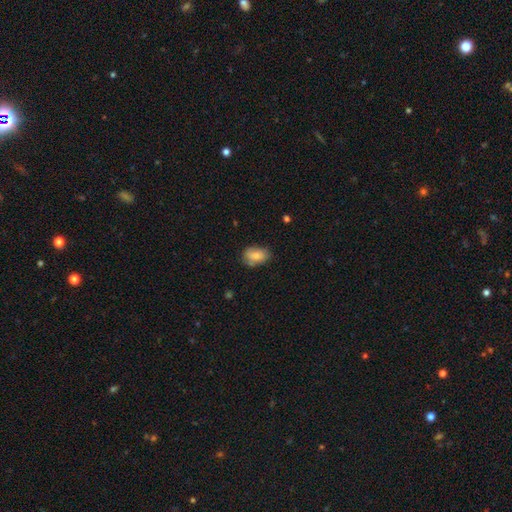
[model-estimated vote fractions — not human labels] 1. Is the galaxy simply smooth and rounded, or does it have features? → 78% smooth, 14% featured or disk, 8% star or artifact.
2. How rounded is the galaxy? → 84% in between, 15% round, 2% cigar-shaped.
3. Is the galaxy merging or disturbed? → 63% none, 28% minor disturbance, 6% major disturbance, 3% merger.